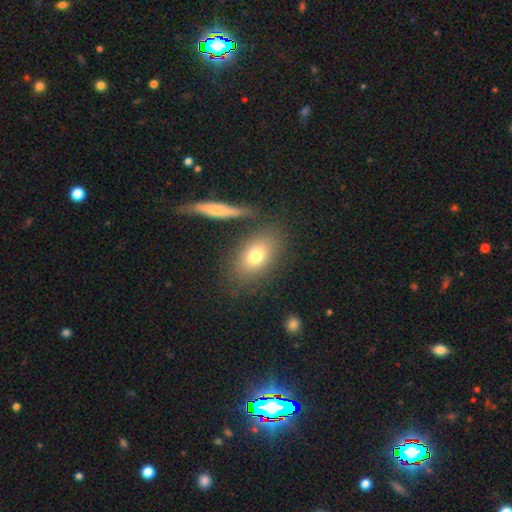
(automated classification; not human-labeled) The model was most divided on "smooth or featured": smooth: 73%, featured or disk: 16%, star or artifact: 10%. More confident: how rounded — in between (77%); merging — none (76%).